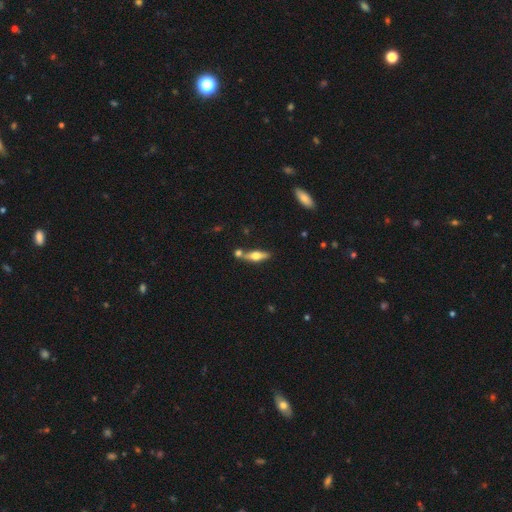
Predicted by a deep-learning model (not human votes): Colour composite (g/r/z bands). It shows a featured or disk galaxy (52%) viewed edge-on (91%). Merging: none (68%).